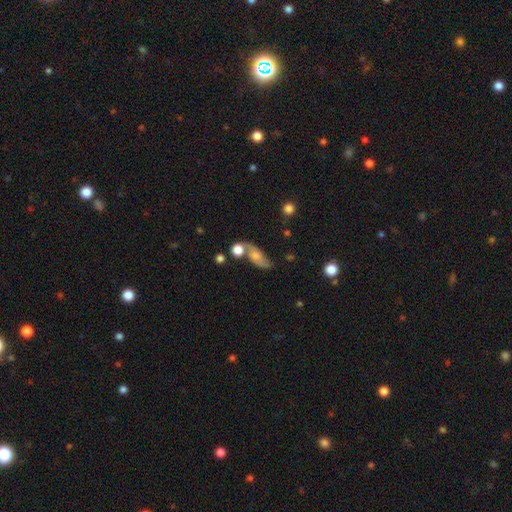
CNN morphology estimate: Smooth or featured?
  - featured or disk: 50% *
  - smooth: 41%
  - star or artifact: 9%
Merging?
  - none: 45% *
  - merger: 25%
  - minor disturbance: 20%
  - major disturbance: 11%